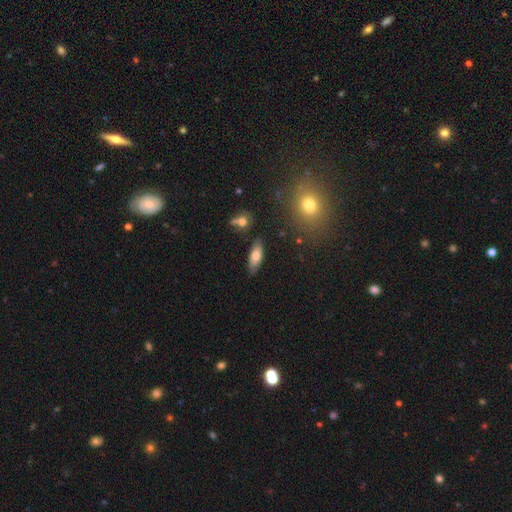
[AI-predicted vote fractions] smooth-or-featured: smooth: 71% | featured or disk: 22% | star or artifact: 7%
  how-rounded: in between: 71% | cigar-shaped: 26% | round: 3%
  merging: none: 80% | minor disturbance: 14% | merger: 3% | major disturbance: 3%